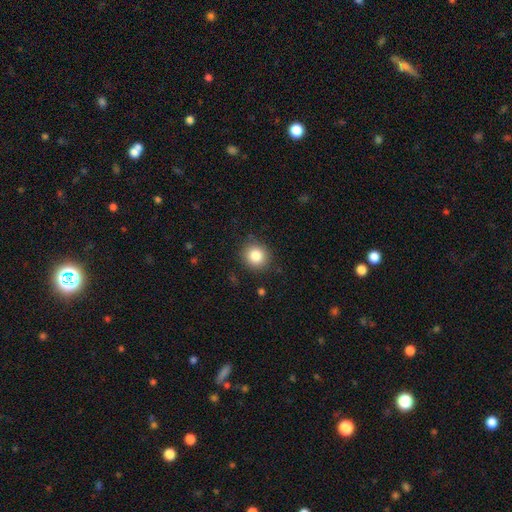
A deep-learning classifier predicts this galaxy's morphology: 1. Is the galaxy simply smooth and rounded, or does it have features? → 84% smooth, 10% star or artifact, 6% featured or disk.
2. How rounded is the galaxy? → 87% round, 12% in between, 1% cigar-shaped.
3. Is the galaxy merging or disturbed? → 88% none, 9% minor disturbance, 3% major disturbance, 1% merger.